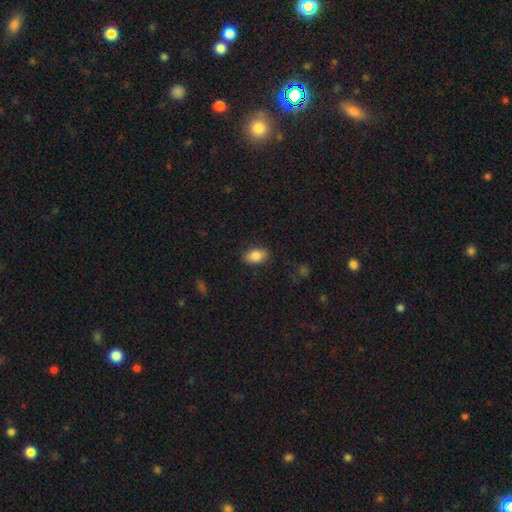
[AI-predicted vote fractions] Smooth or featured? Predicted: smooth (p=0.84). How rounded? Predicted: in between (p=0.90). Merging? Predicted: none (p=0.86).